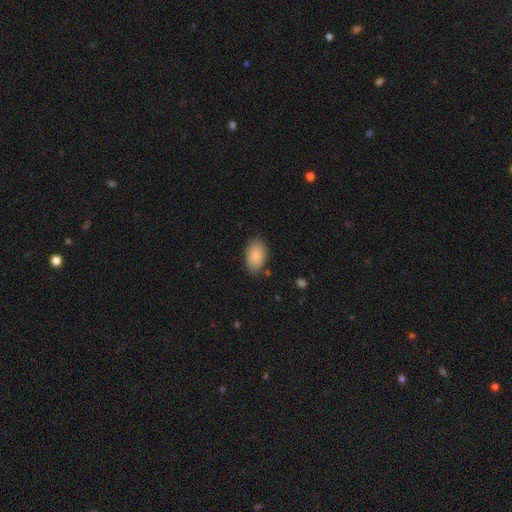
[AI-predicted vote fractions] This appears to be a smooth galaxy with no disk features (87%) that is in between round and cigar-shaped (93%). Merging: none (82%).